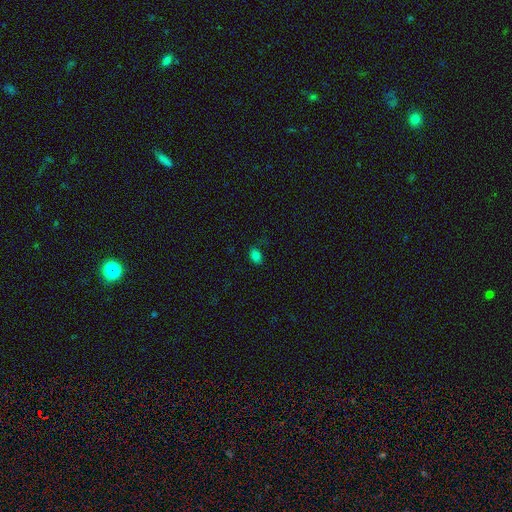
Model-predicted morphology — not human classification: Smooth or featured? smooth (81%)
How rounded? in between (75%)
Merging? none (80%)